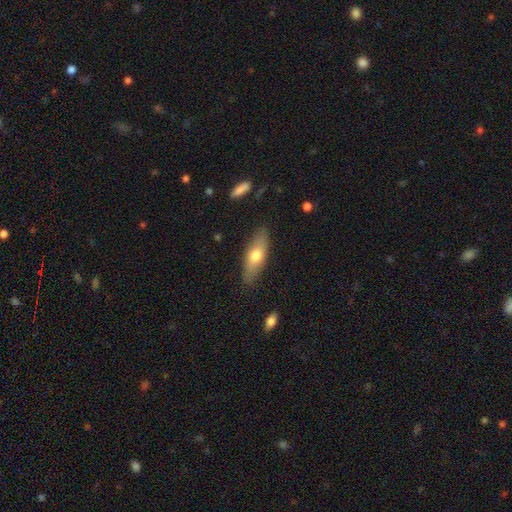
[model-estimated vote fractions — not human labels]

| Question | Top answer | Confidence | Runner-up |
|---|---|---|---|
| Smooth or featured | smooth | 64% | featured or disk (30%) |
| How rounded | in between | 60% | cigar-shaped (37%) |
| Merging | none | 84% | minor disturbance (12%) |